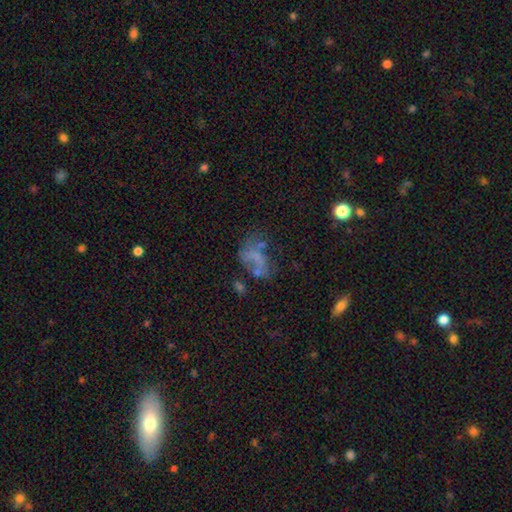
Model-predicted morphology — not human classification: Smooth or featured? Predicted: smooth (p=0.42). Merging? Predicted: none (p=0.32).